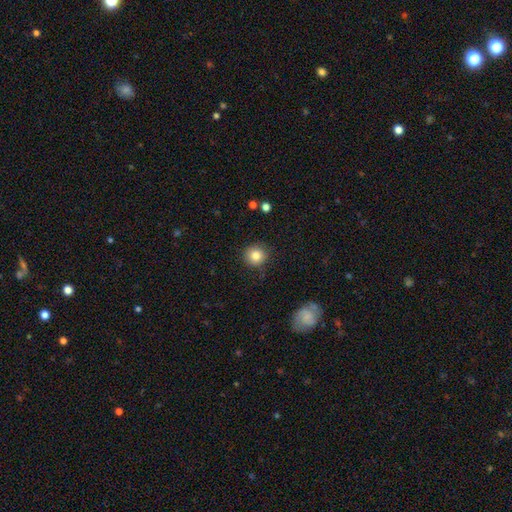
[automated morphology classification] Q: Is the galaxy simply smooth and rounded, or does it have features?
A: smooth — 83%.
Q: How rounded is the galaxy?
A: round — 92%.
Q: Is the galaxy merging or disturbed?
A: none — 87%.